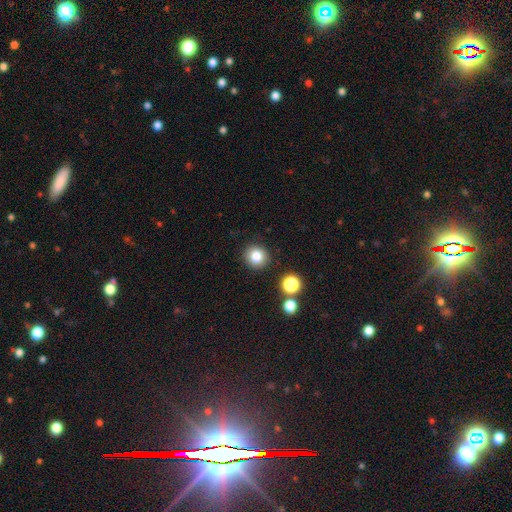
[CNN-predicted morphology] A smooth galaxy with no disk features (80%) that is round (90%). Merging: none (90%).